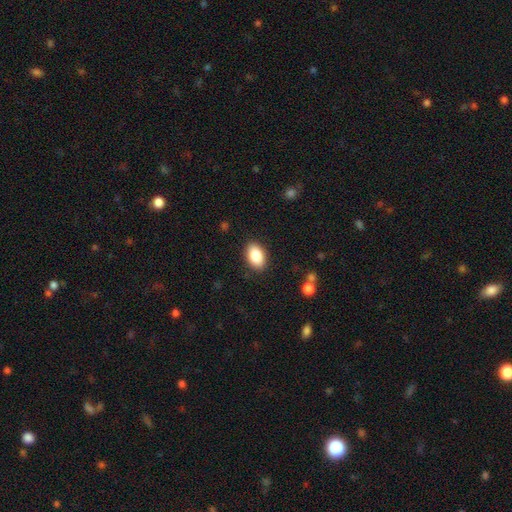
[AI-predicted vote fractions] A smooth galaxy with no disk features (86%) that is in between round and cigar-shaped (90%).

Vote fractions:
- Smooth or featured? smooth: 86% / star or artifact: 7% / featured or disk: 7%
- How rounded? in between: 90% / round: 9% / cigar-shaped: 1%
- Merging? none: 88% / minor disturbance: 9% / major disturbance: 2% / merger: 1%